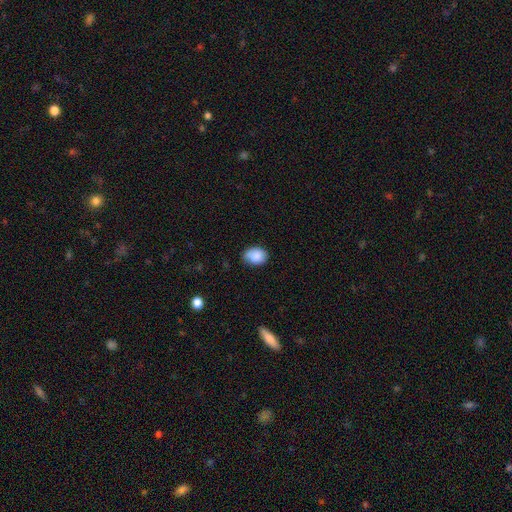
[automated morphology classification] A smooth galaxy with no disk features (86%) that is in between round and cigar-shaped (66%).

Vote fractions:
- Smooth or featured? smooth: 86% / star or artifact: 8% / featured or disk: 6%
- How rounded? in between: 66% / round: 34% / cigar-shaped: 1%
- Merging? none: 68% / minor disturbance: 26% / major disturbance: 4% / merger: 2%